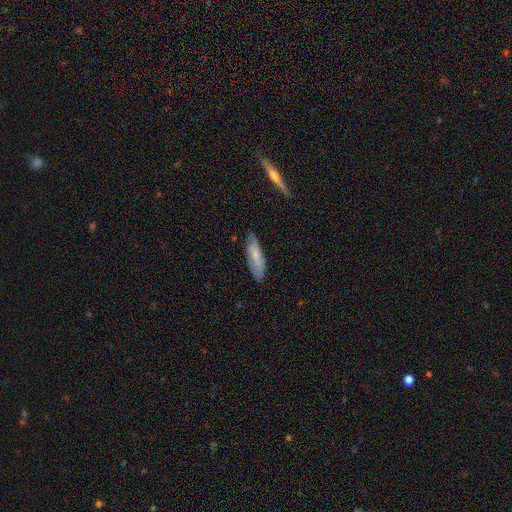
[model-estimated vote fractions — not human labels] Smooth or featured: smooth — 48% (featured or disk — 45%)
Merging: none — 75% (minor disturbance — 20%)